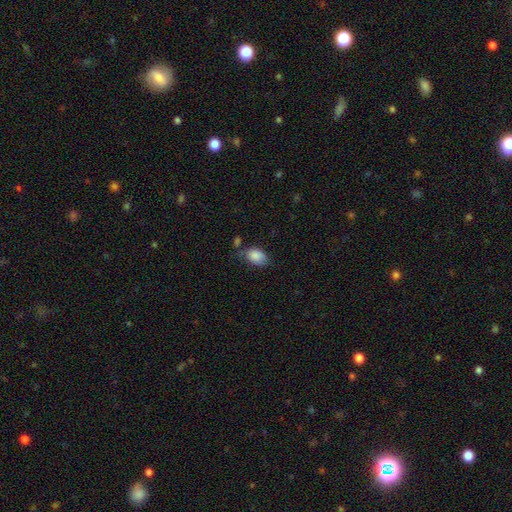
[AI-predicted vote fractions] Q: Smooth or featured?
A: smooth (87%); runner-up: star or artifact (7%)
Q: How rounded?
A: in between (86%); runner-up: round (13%)
Q: Merging?
A: none (56%); runner-up: minor disturbance (28%)